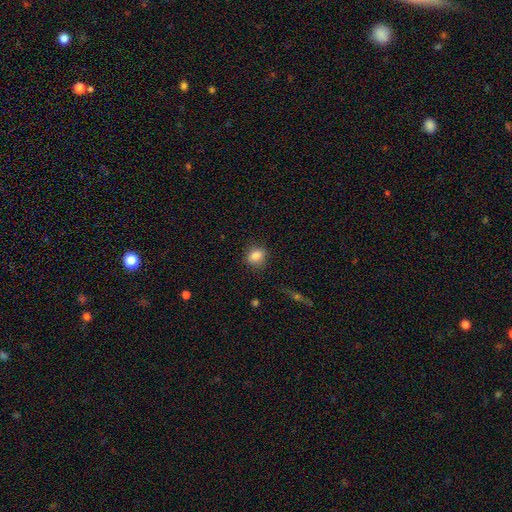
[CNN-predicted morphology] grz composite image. It shows a smooth galaxy with no disk features (84%) that is round (65%). Merging: none (85%).